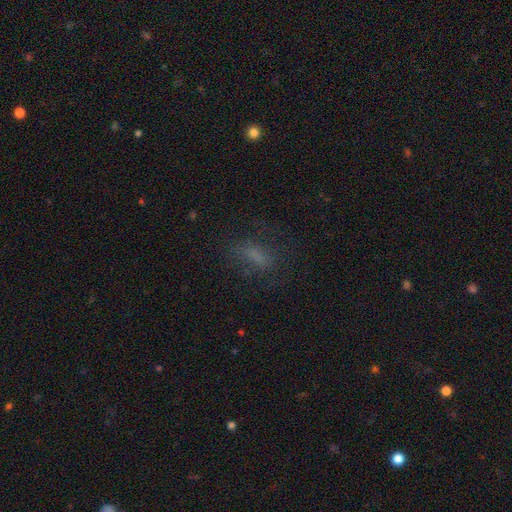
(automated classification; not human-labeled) A smooth galaxy with no disk features (62%) that is in between round and cigar-shaped (64%).

Vote fractions:
- Smooth or featured? smooth: 62% / star or artifact: 21% / featured or disk: 18%
- How rounded? in between: 64% / cigar-shaped: 27% / round: 8%
- Merging? none: 67% / minor disturbance: 17% / major disturbance: 14% / merger: 2%